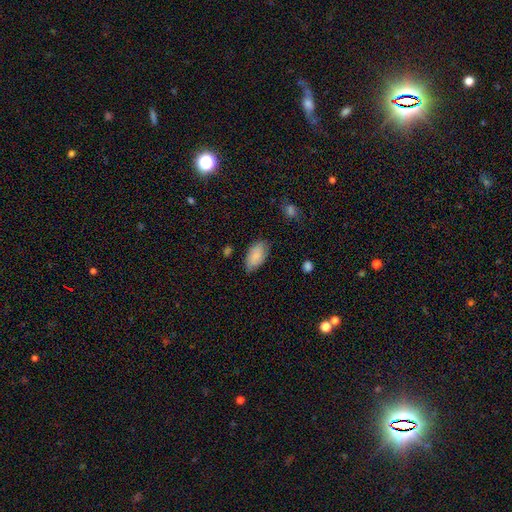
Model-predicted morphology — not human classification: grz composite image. It shows a smooth galaxy with no disk features (83%) that is in between round and cigar-shaped (94%). Merging: none (74%).